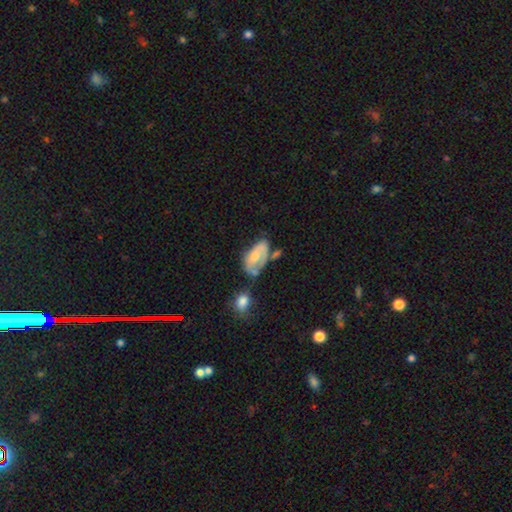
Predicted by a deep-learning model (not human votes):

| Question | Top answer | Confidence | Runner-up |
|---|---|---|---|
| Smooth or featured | featured or disk | 54% | smooth (40%) |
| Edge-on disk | no | 94% | yes (6%) |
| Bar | no | 72% | weak (22%) |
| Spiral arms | yes | 56% | no (44%) |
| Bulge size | moderate | 60% | small (25%) |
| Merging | none | 29% | minor disturbance (26%) |